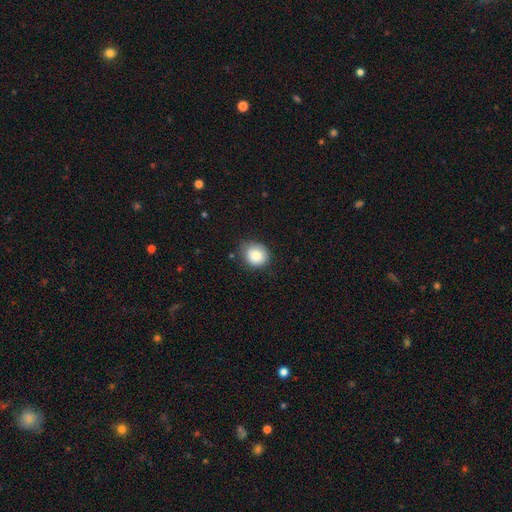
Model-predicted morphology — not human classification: Q: Smooth or featured?
A: smooth (85%); runner-up: star or artifact (8%)
Q: How rounded?
A: round (76%); runner-up: in between (23%)
Q: Merging?
A: none (73%); runner-up: minor disturbance (21%)